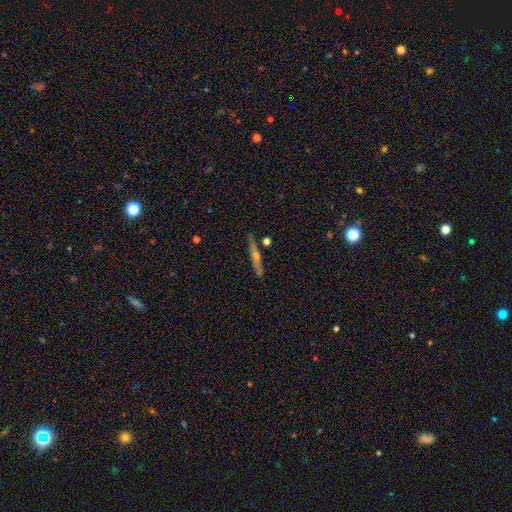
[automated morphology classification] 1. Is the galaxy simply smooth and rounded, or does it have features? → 65% featured or disk, 27% smooth, 8% star or artifact.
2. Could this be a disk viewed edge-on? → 94% yes, 6% no.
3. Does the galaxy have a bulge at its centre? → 83% rounded, 13% none, 4% boxy.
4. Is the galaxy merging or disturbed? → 84% none, 11% minor disturbance, 3% merger, 2% major disturbance.